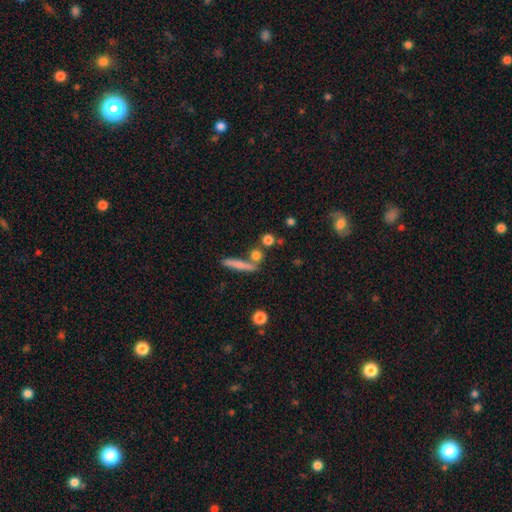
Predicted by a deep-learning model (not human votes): smooth 43%, featured or disk 32%, star or artifact 25%. Down the decision tree: merging — none (55%).